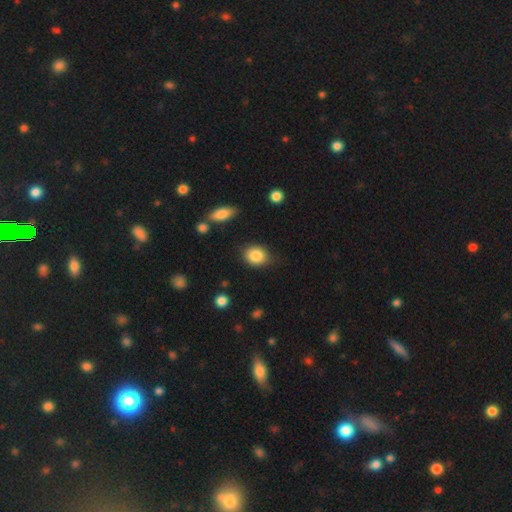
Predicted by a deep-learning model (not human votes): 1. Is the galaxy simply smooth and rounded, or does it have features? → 85% smooth, 8% star or artifact, 7% featured or disk.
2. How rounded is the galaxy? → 51% in between, 48% round, 1% cigar-shaped.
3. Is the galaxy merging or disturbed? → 81% none, 13% minor disturbance, 3% major disturbance, 2% merger.